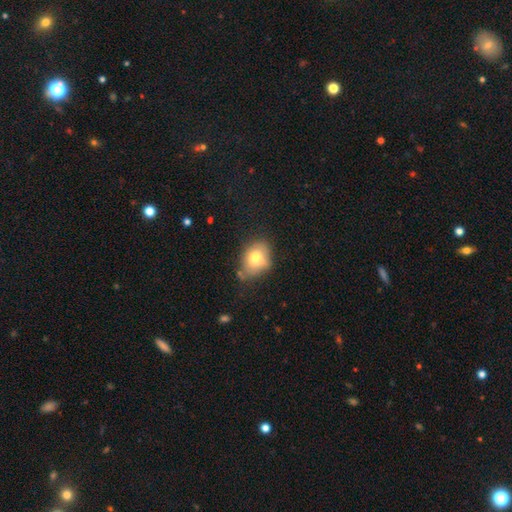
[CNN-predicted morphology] A smooth galaxy with no disk features (75%) that is in between round and cigar-shaped (64%).

Vote fractions:
- Smooth or featured? smooth: 75% / featured or disk: 16% / star or artifact: 9%
- How rounded? in between: 64% / round: 35% / cigar-shaped: 1%
- Merging? none: 54% / minor disturbance: 33% / major disturbance: 9% / merger: 5%